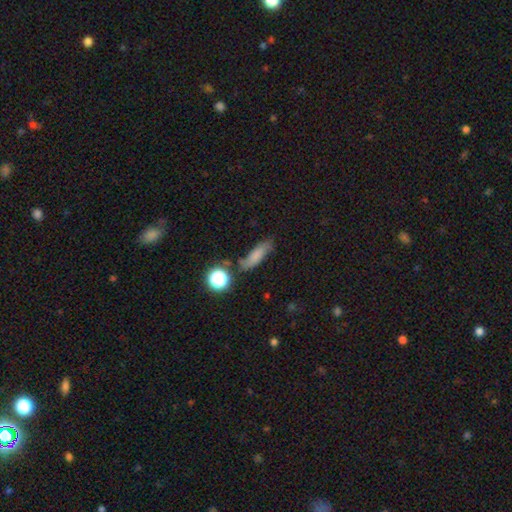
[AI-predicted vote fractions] This is likely a smooth galaxy (71%). How rounded: possibly cigar-shaped (52%). Merging: likely none (67%).